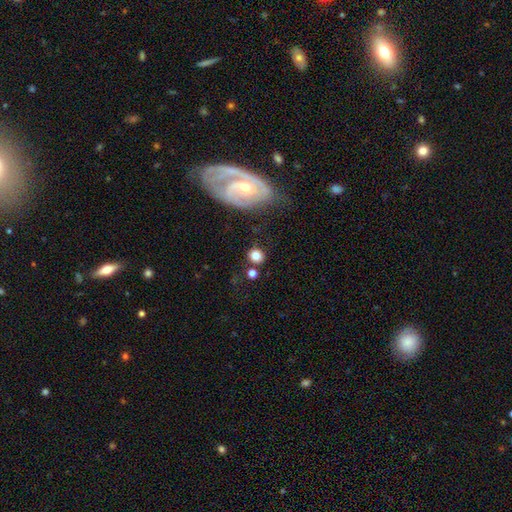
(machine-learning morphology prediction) Smooth or featured? smooth (79%)
How rounded? round (82%)
Merging? none (76%)